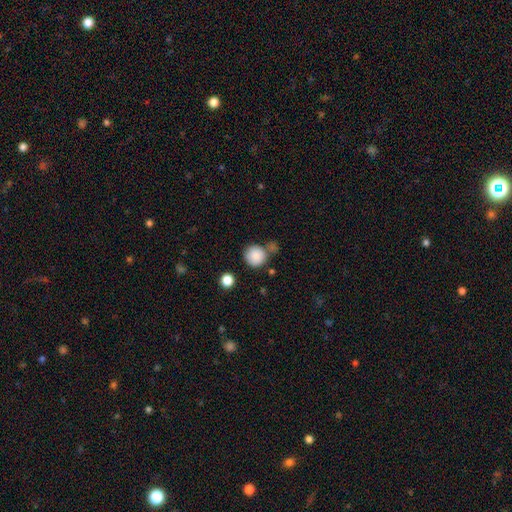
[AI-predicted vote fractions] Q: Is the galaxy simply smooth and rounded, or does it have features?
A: smooth — 87%.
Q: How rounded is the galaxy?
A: round — 92%.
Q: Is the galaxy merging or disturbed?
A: none — 66%.